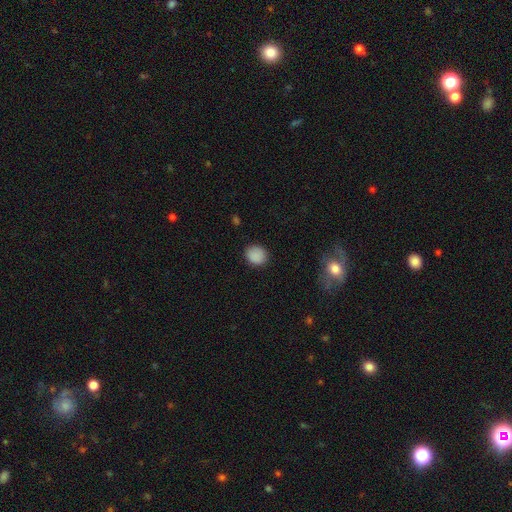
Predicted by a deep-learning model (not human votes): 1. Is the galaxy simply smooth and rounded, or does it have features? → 87% smooth, 9% star or artifact, 3% featured or disk.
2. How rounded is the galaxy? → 65% round, 34% in between, 1% cigar-shaped.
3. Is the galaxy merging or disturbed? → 85% none, 11% minor disturbance, 3% major disturbance, 1% merger.